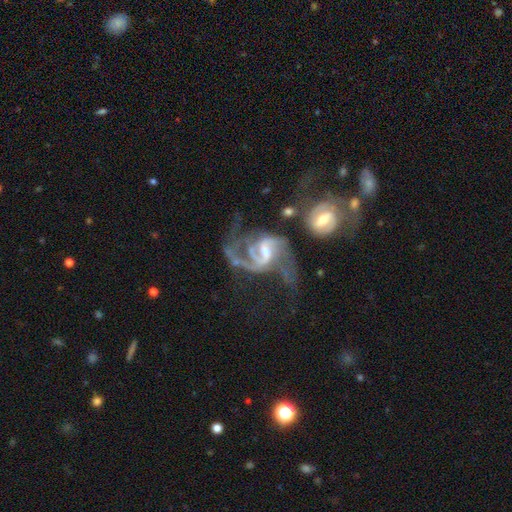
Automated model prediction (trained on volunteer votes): The model was most divided on "merging": none: 31%, merger: 27%, major disturbance: 27%, minor disturbance: 15%. Remaining: edge-on disk — no (98%); spiral arms — yes (97%); smooth or featured — featured or disk (91%); spiral arm count — 2 (80%); bulge size — moderate (52%); spiral winding — medium (48%); bar — weak (45%).